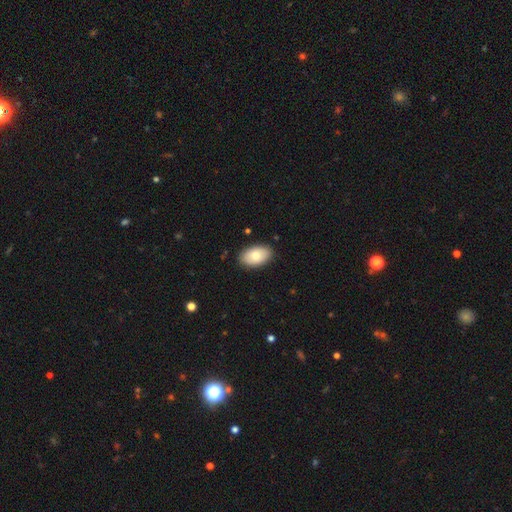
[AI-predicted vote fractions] The model was most divided on "smooth or featured": smooth: 79%, featured or disk: 15%, star or artifact: 6%. More confident: how rounded — in between (94%); merging — none (88%).